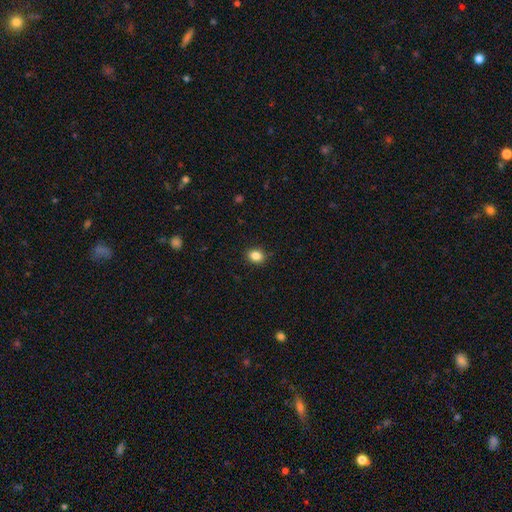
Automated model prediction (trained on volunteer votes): A smooth galaxy with no disk features (86%) that is in between round and cigar-shaped (53%).

Vote fractions:
- Smooth or featured? smooth: 86% / star or artifact: 10% / featured or disk: 4%
- How rounded? in between: 53% / round: 46% / cigar-shaped: 1%
- Merging? none: 90% / minor disturbance: 7% / major disturbance: 2% / merger: 1%